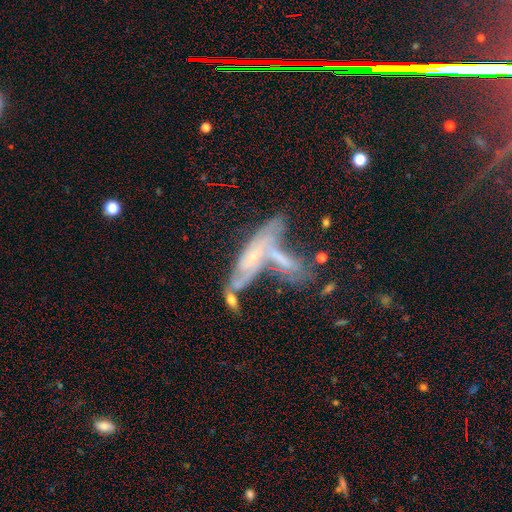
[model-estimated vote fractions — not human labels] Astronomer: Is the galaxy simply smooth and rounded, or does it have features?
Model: featured or disk — 67%.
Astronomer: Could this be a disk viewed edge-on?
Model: no — 69%.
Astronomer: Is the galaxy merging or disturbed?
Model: merger — 53%.